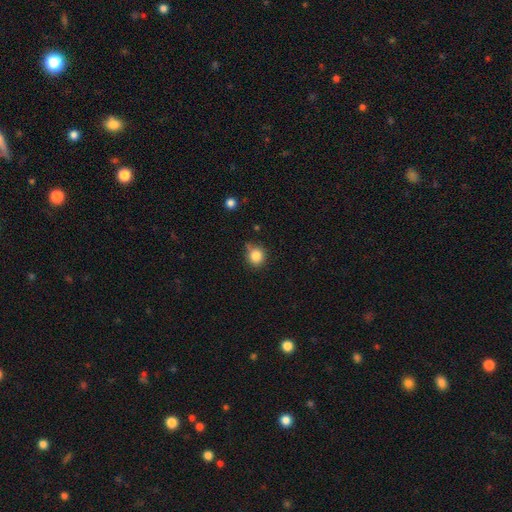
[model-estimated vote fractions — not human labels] This appears to be a smooth galaxy with no disk features (84%) that is round (84%). Merging: none (68%).